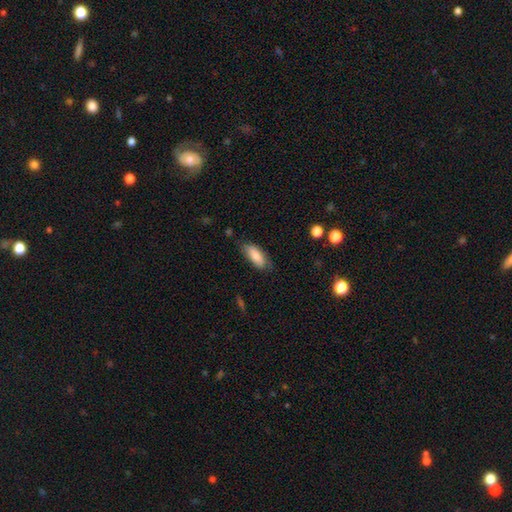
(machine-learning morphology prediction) A smooth galaxy with no disk features (76%) that is in between round and cigar-shaped (79%).

Vote fractions:
- Smooth or featured? smooth: 76% / featured or disk: 17% / star or artifact: 6%
- How rounded? in between: 79% / cigar-shaped: 19% / round: 2%
- Merging? none: 70% / minor disturbance: 24% / major disturbance: 5% / merger: 2%